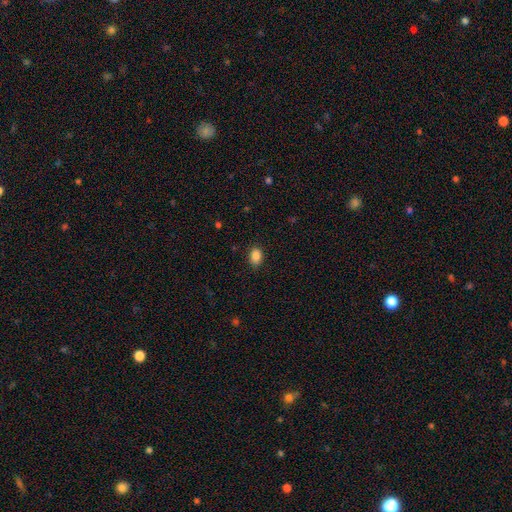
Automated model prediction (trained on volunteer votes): Smooth or featured? Predicted: smooth (p=0.88). How rounded? Predicted: in between (p=0.78). Merging? Predicted: none (p=0.85).